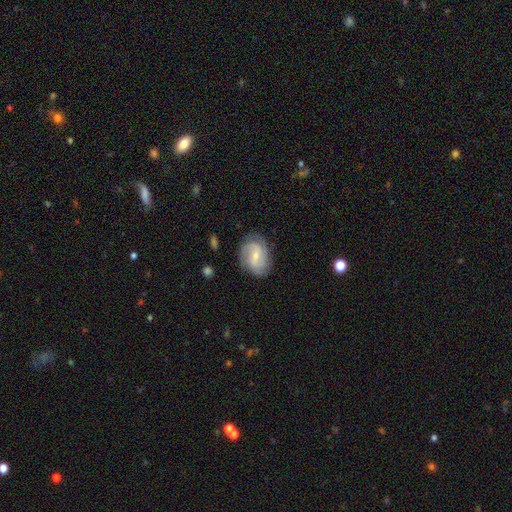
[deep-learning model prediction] The model was most divided on "spiral winding": medium: 44%, tight: 30%, loose: 26%. More confident: edge-on disk — no (97%); spiral arms — yes (92%); merging — none (75%); smooth or featured — featured or disk (70%); bulge size — small (65%); bar — weak (52%); spiral arm count — 2 (50%).